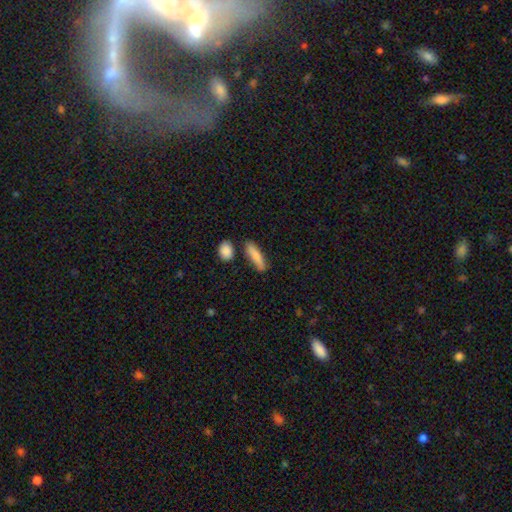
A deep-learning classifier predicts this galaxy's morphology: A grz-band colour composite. It shows a smooth galaxy with no disk features (83%) that is cigar-shaped (68%). Merging: none (76%).